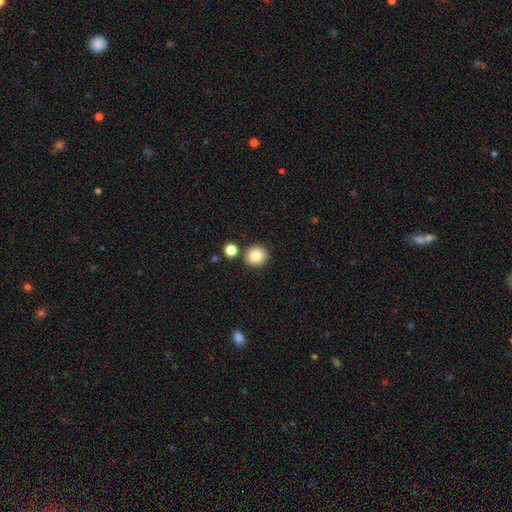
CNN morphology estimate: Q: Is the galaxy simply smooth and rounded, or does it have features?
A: smooth — 84%.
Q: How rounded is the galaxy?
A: round — 89%.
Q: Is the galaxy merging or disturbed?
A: none — 85%.